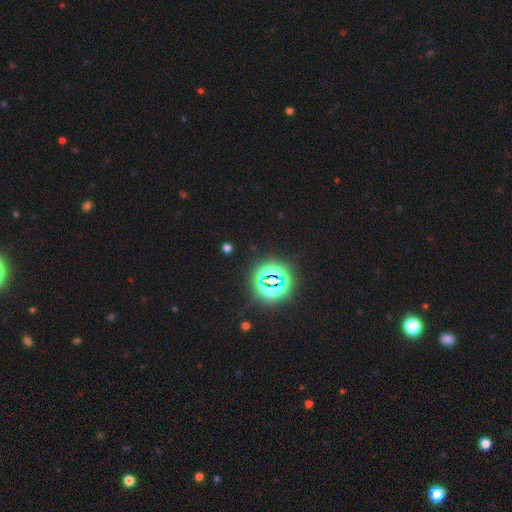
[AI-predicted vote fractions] The model was most divided on "smooth or featured": star or artifact: 80%, smooth: 13%, featured or disk: 7%.